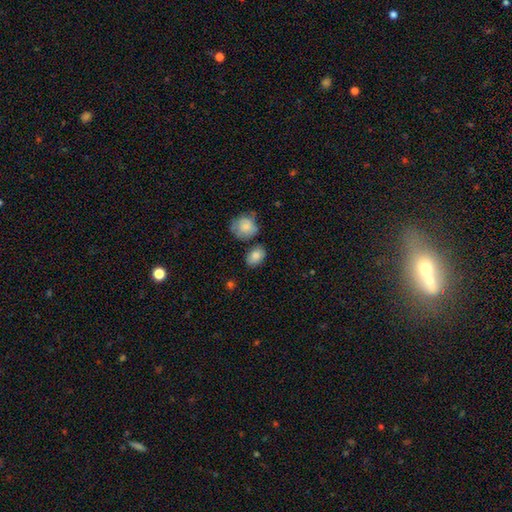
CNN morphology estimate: Q: Smooth or featured?
A: smooth (85%); runner-up: featured or disk (8%)
Q: How rounded?
A: in between (82%); runner-up: round (16%)
Q: Merging?
A: none (73%); runner-up: minor disturbance (15%)